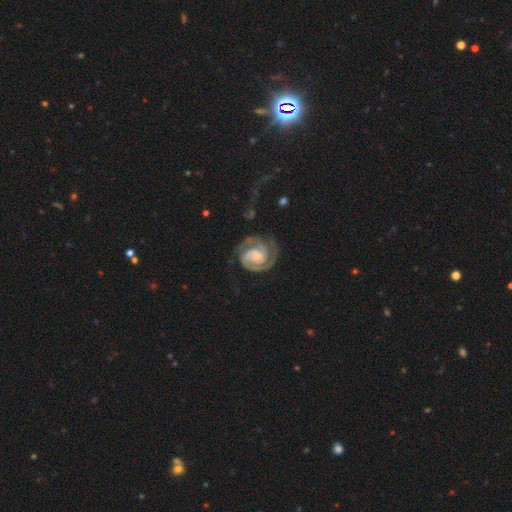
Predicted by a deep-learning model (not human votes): The model was most divided on "bar": no: 63%, weak: 29%, strong: 8%. More confident: edge-on disk — no (98%); spiral arms — yes (98%); smooth or featured — featured or disk (89%); spiral arm count — 2 (69%); bulge size — small (69%); spiral winding — tight (67%); merging — none (64%).